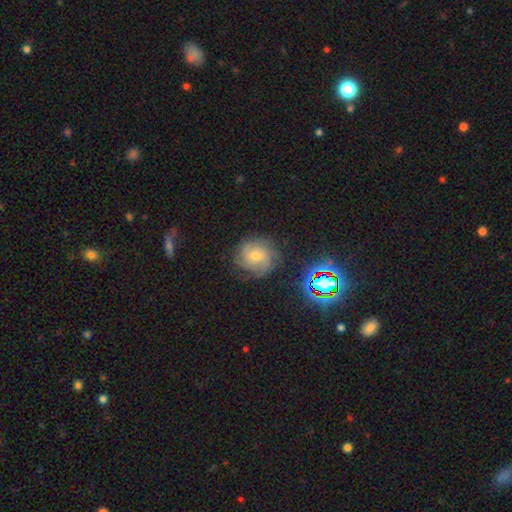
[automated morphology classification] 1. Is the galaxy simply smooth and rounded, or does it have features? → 60% featured or disk, 23% smooth, 17% star or artifact.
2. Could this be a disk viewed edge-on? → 97% no, 3% yes.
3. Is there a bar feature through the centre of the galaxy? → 64% no, 30% weak, 6% strong.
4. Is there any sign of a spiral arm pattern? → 92% yes, 8% no.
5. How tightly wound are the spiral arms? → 58% tight, 33% medium, 9% loose.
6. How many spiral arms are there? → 35% can't tell, 25% 3, 19% 2, 10% 4, 5% 1, 5% more than 4.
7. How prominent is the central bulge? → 51% small, 43% moderate, 2% none, 2% large, 1% dominant.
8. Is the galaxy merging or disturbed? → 75% none, 17% minor disturbance, 7% major disturbance, 2% merger.